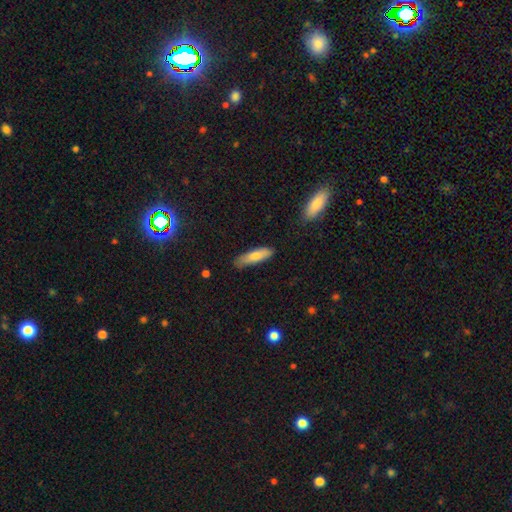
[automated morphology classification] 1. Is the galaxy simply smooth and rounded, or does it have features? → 71% smooth, 21% featured or disk, 8% star or artifact.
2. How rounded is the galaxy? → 62% cigar-shaped, 36% in between, 2% round.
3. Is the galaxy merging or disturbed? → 80% none, 16% minor disturbance, 3% major disturbance, 2% merger.